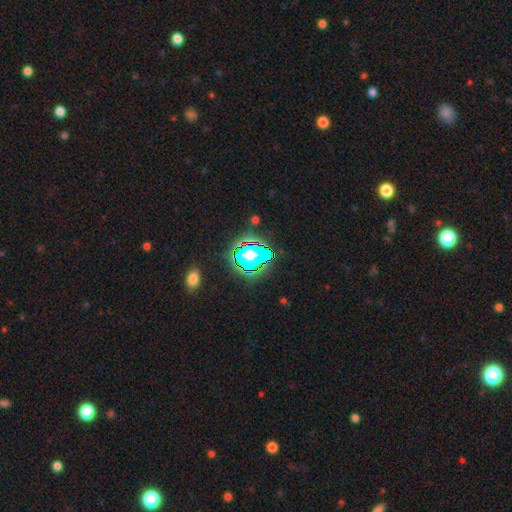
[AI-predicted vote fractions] The model was most divided on "smooth or featured": star or artifact: 72%, smooth: 17%, featured or disk: 11%.